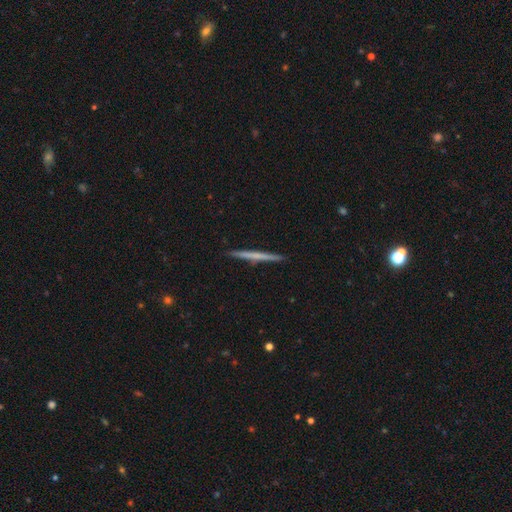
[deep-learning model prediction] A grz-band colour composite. It shows a featured or disk galaxy (49%). Merging: none (93%).